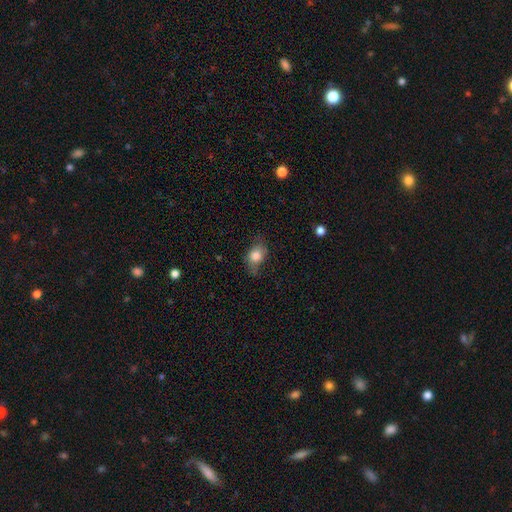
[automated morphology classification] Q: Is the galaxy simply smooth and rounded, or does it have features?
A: smooth — 78%.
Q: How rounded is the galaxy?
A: in between — 74%.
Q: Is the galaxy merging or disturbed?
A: none — 61%.